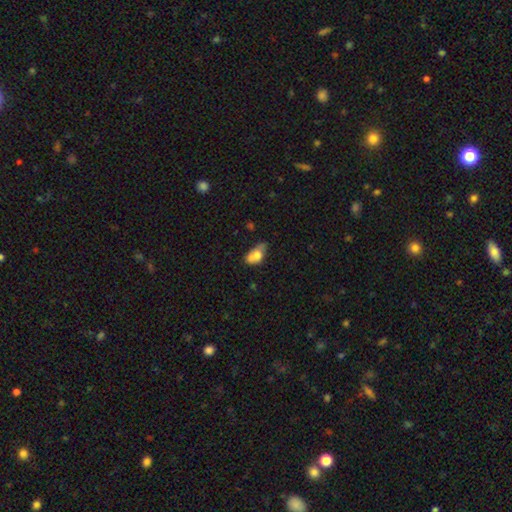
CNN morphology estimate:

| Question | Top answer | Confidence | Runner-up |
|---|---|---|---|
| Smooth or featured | smooth | 65% | featured or disk (26%) |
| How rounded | in between | 86% | round (8%) |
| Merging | minor disturbance | 30% | none (29%) |